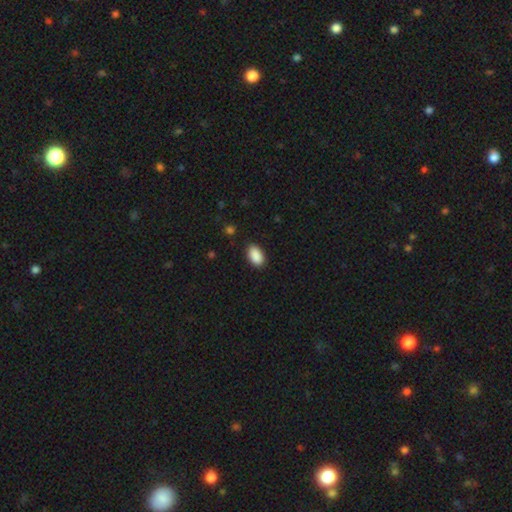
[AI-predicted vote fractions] Overall: smooth (91%). How rounded: in between (93%). Merging: none (88%).